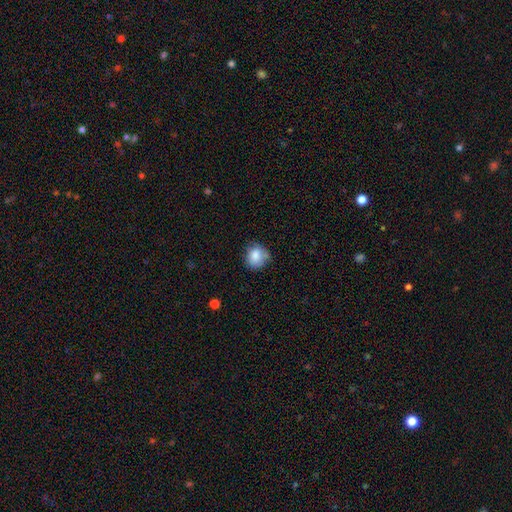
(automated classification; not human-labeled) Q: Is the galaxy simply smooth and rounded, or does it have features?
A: smooth — 83%.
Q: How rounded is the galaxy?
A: round — 78%.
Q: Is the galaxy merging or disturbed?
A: none — 65%.